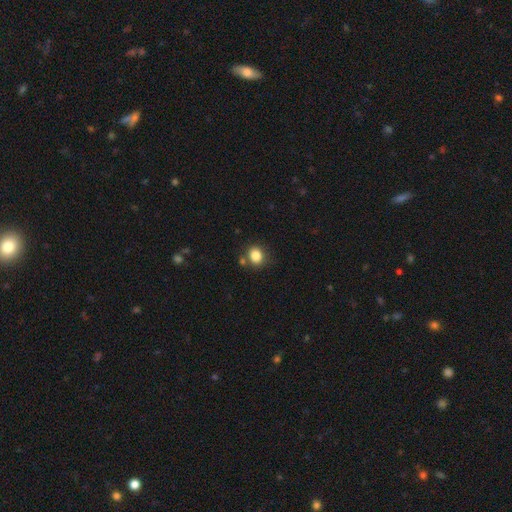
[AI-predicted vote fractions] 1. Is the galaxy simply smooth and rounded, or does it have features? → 84% smooth, 10% star or artifact, 5% featured or disk.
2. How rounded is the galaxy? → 65% round, 34% in between, 1% cigar-shaped.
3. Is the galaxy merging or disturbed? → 74% none, 12% minor disturbance, 10% merger, 4% major disturbance.